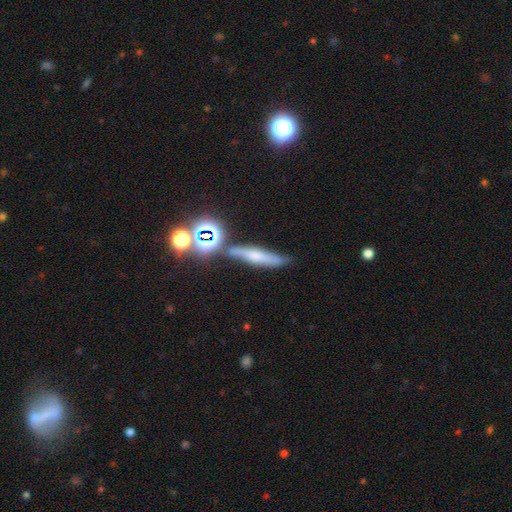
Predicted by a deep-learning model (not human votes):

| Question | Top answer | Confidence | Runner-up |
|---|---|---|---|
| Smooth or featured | smooth | 44% | featured or disk (31%) |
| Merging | none | 67% | minor disturbance (16%) |